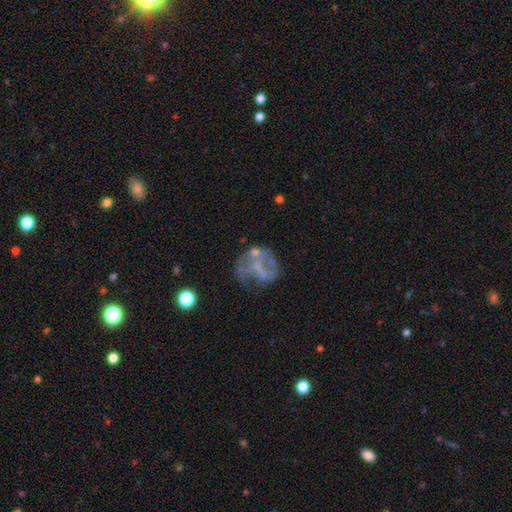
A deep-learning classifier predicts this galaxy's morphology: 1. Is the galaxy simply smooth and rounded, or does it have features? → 59% featured or disk, 26% smooth, 14% star or artifact.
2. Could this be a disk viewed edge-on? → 98% no, 2% yes.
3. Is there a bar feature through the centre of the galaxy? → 81% no, 14% weak, 5% strong.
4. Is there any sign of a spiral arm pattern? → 83% no, 17% yes.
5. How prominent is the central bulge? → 70% none, 14% small, 12% moderate, 2% large, 1% dominant.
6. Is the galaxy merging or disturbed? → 40% none, 31% major disturbance, 18% minor disturbance, 11% merger.